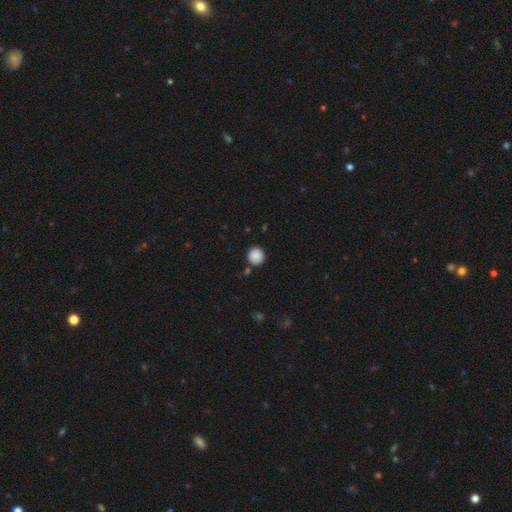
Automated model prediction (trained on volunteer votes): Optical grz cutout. It shows a smooth galaxy with no disk features (88%) that is round (92%). Merging: none (86%).